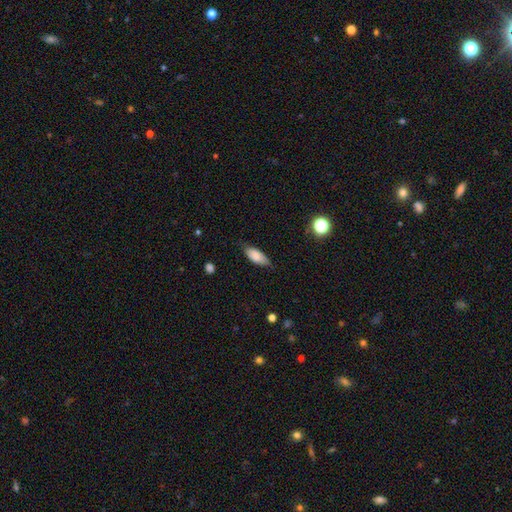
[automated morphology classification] The model was most divided on "merging": none: 71%, minor disturbance: 23%, major disturbance: 5%, merger: 1%. More confident: smooth or featured — smooth (82%); how rounded — in between (81%).